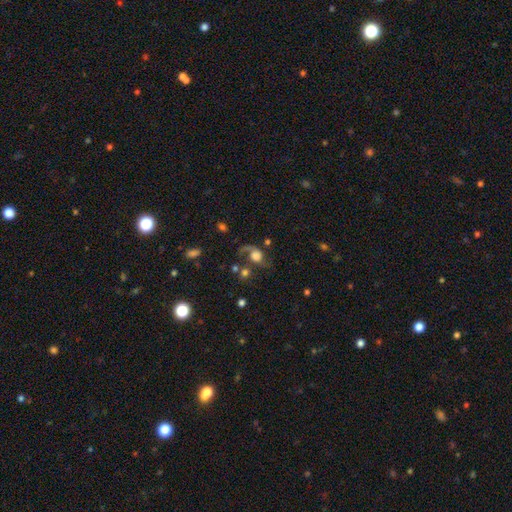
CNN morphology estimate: The model was most divided on "merging": none: 36%, major disturbance: 35%, minor disturbance: 17%, merger: 12%. Remaining: smooth or featured — featured or disk (47%).